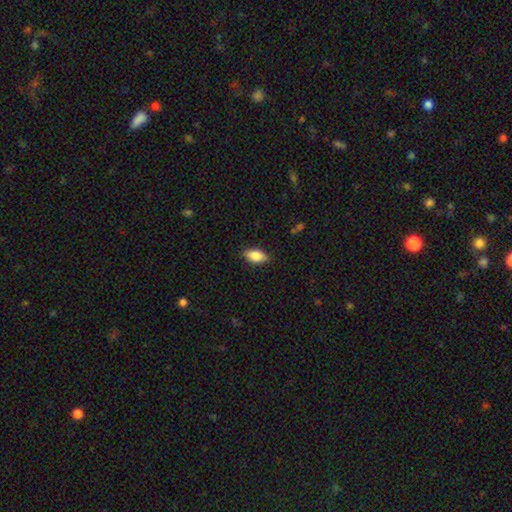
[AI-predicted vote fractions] Morphology: type=smooth (85%); roundness=in between (91%); merging=none (86%).